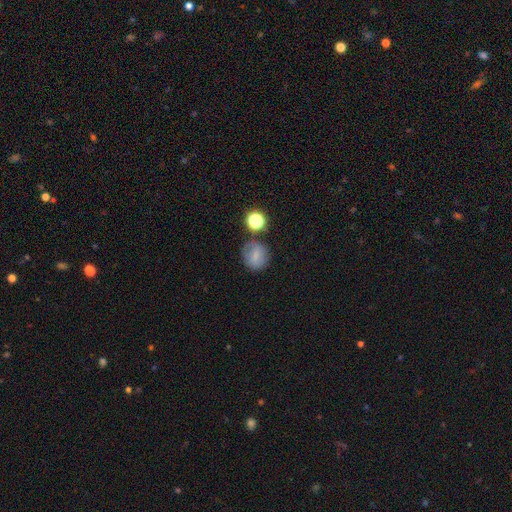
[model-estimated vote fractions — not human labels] smooth-or-featured: smooth: 71% | featured or disk: 15% | star or artifact: 14%
  how-rounded: round: 80% | in between: 19% | cigar-shaped: 1%
  merging: none: 69% | minor disturbance: 16% | merger: 9% | major disturbance: 6%